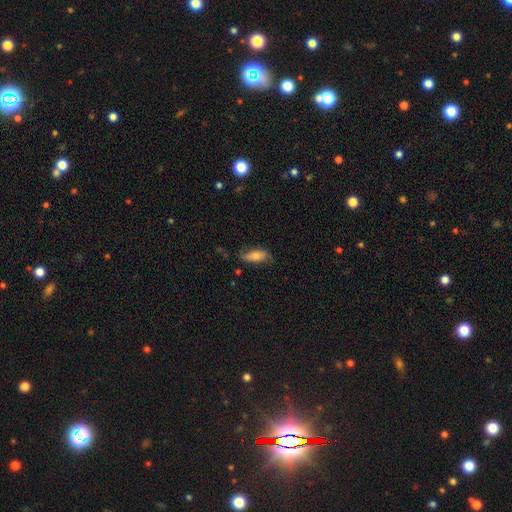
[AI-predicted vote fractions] Smooth or featured: smooth — 54% (featured or disk — 38%)
How rounded: in between — 73% (cigar-shaped — 23%)
Merging: none — 61% (minor disturbance — 27%)